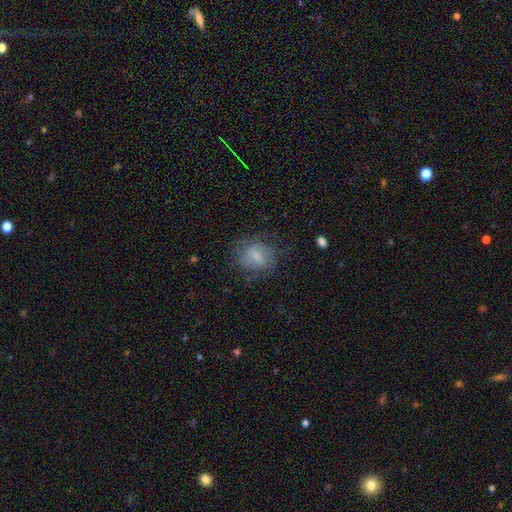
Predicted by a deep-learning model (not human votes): Smooth or featured?
  - smooth: 61% *
  - featured or disk: 30%
  - star or artifact: 10%
How rounded?
  - round: 64% *
  - in between: 34%
  - cigar-shaped: 1%
Merging?
  - none: 60% *
  - minor disturbance: 23%
  - major disturbance: 16%
  - merger: 1%